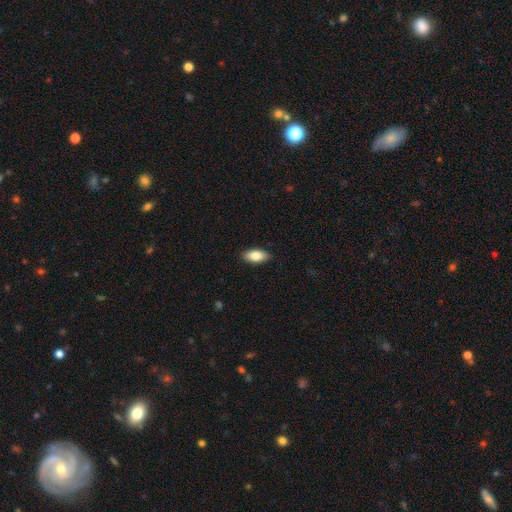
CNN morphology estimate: A smooth galaxy with no disk features (84%) that is in between round and cigar-shaped (91%).

Vote fractions:
- Smooth or featured? smooth: 84% / featured or disk: 10% / star or artifact: 6%
- How rounded? in between: 91% / cigar-shaped: 7% / round: 3%
- Merging? none: 90% / minor disturbance: 8% / major disturbance: 2% / merger: 1%